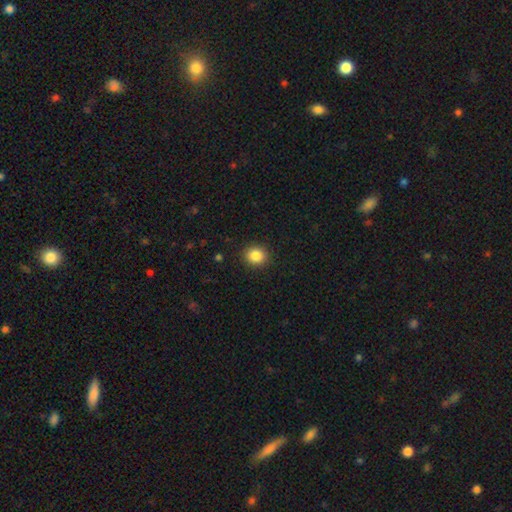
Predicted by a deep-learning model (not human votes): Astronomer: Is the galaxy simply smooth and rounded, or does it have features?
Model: smooth — 86%.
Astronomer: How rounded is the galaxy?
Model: round — 79%.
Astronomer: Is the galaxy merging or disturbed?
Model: none — 91%.